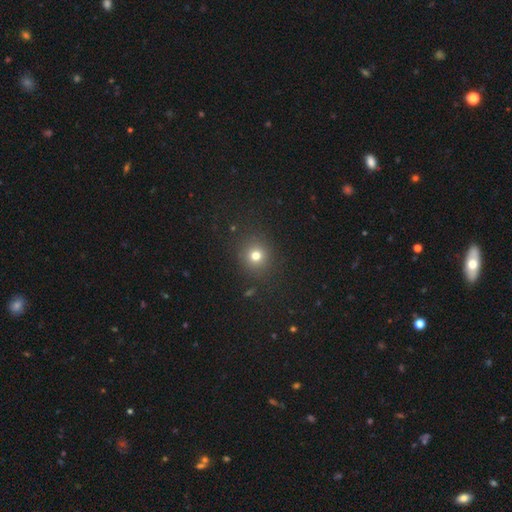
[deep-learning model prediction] Smooth or featured? Predicted: smooth (p=0.75). How rounded? Predicted: round (p=0.89). Merging? Predicted: none (p=0.88).